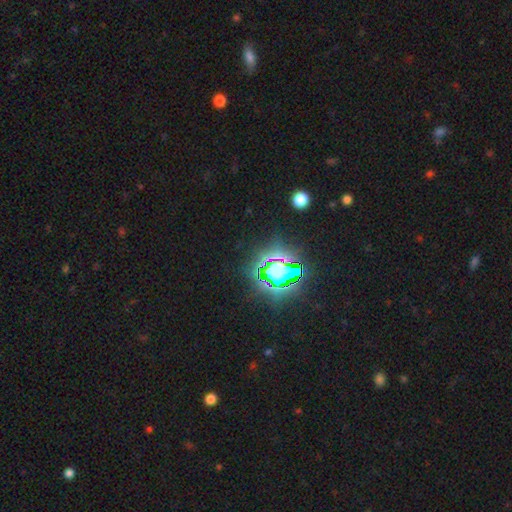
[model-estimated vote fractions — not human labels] This is likely a star or artifact rather than a galaxy (80%).